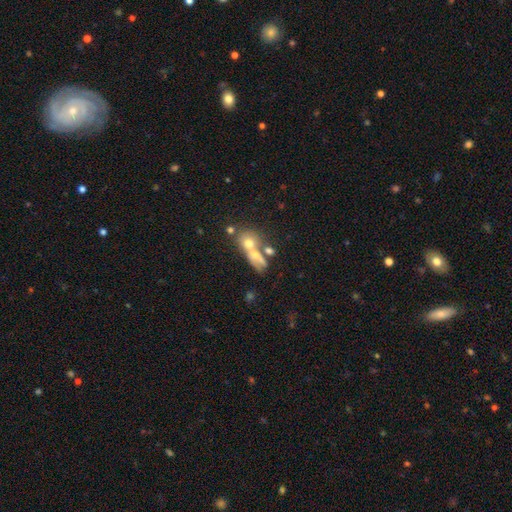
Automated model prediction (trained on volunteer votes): A smooth galaxy with no disk features (59%) that is in between round and cigar-shaped (56%).

Vote fractions:
- Smooth or featured? smooth: 59% / featured or disk: 27% / star or artifact: 13%
- How rounded? in between: 56% / round: 35% / cigar-shaped: 9%
- Merging? merger: 56% / none: 25% / minor disturbance: 10% / major disturbance: 9%